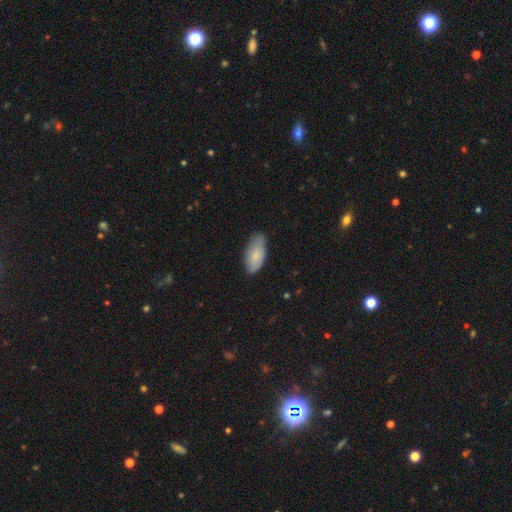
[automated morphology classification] smooth_or_featured: smooth (p=0.79) [alt: featured or disk p=0.15]
how_rounded: in between (p=0.92) [alt: cigar-shaped p=0.06]
merging: none (p=0.73) [alt: minor disturbance p=0.22]